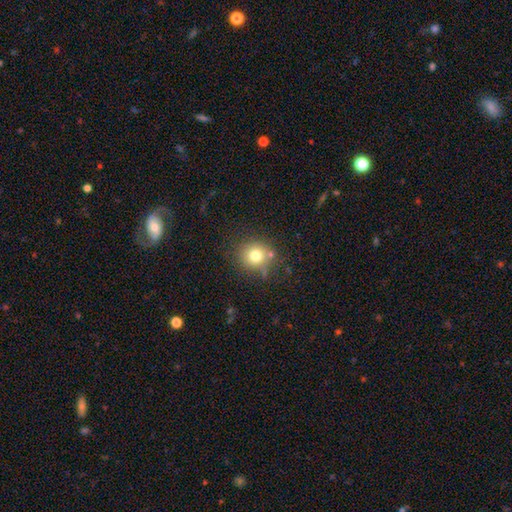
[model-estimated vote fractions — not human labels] Smooth or featured? Predicted: smooth (p=0.75). How rounded? Predicted: round (p=0.88). Merging? Predicted: none (p=0.76).